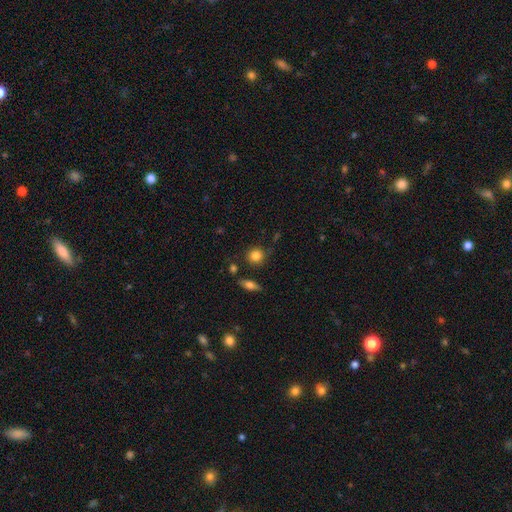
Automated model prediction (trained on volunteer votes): A smooth galaxy with no disk features (83%) that is round (86%).

Vote fractions:
- Smooth or featured? smooth: 83% / star or artifact: 9% / featured or disk: 7%
- How rounded? round: 86% / in between: 13% / cigar-shaped: 1%
- Merging? none: 77% / minor disturbance: 13% / merger: 6% / major disturbance: 4%